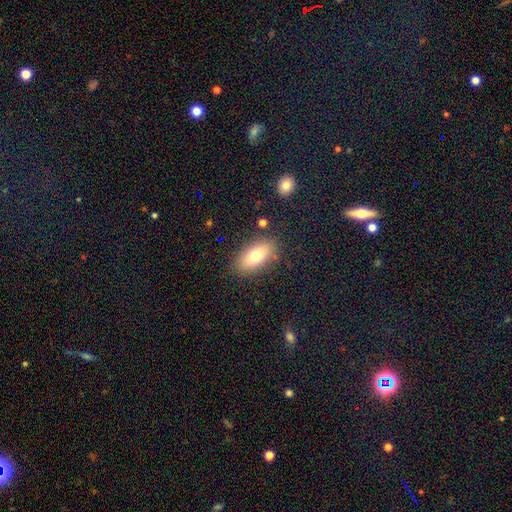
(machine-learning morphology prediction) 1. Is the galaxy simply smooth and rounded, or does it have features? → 74% smooth, 18% featured or disk, 9% star or artifact.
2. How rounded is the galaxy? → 87% in between, 7% cigar-shaped, 6% round.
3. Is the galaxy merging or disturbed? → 84% none, 10% minor disturbance, 3% major disturbance, 2% merger.